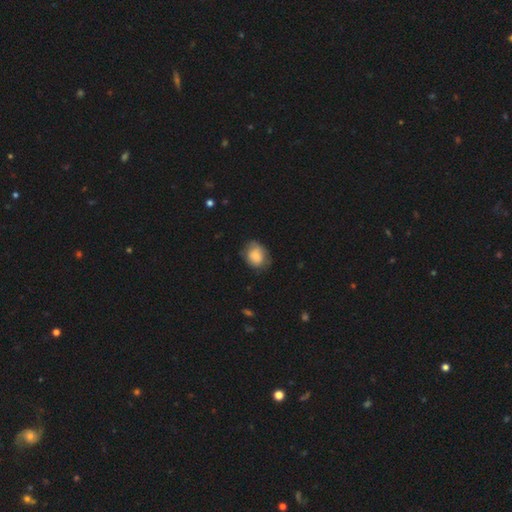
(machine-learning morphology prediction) The model was most divided on "how rounded": round: 56%, in between: 43%, cigar-shaped: 1%. More confident: smooth or featured — smooth (74%); merging — none (64%).